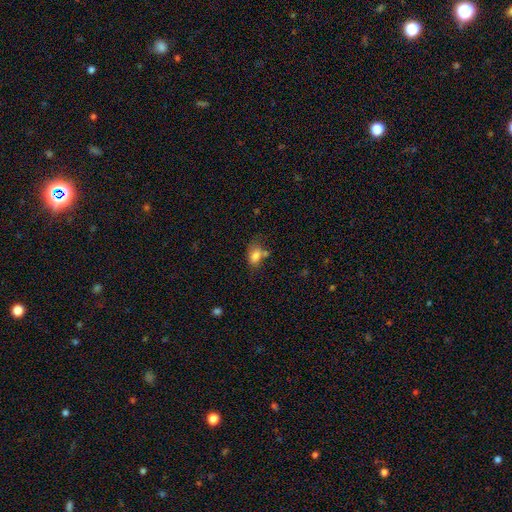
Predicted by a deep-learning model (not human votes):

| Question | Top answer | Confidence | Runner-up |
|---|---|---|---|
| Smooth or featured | smooth | 79% | featured or disk (11%) |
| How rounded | in between | 79% | round (19%) |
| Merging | none | 43% | minor disturbance (24%) |